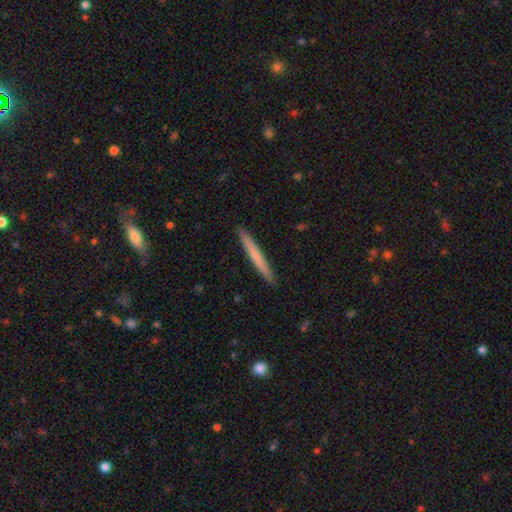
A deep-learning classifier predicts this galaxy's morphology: The model was most divided on "smooth or featured": smooth: 63%, featured or disk: 32%, star or artifact: 5%. More confident: how rounded — cigar-shaped (97%); merging — none (93%).